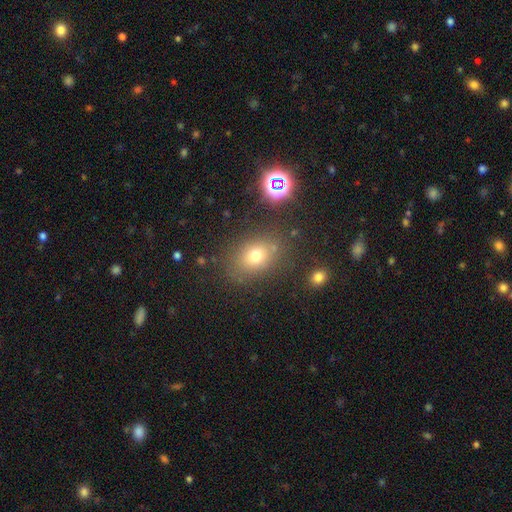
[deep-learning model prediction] This is likely a smooth galaxy (69%). How rounded: possibly in between (59%). Merging: likely none (77%).